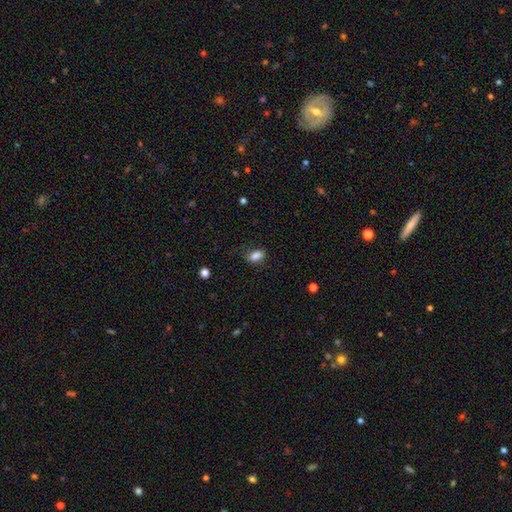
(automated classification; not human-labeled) This appears to be a smooth galaxy with no disk features (84%) that is in between round and cigar-shaped (86%). Merging: none (71%).